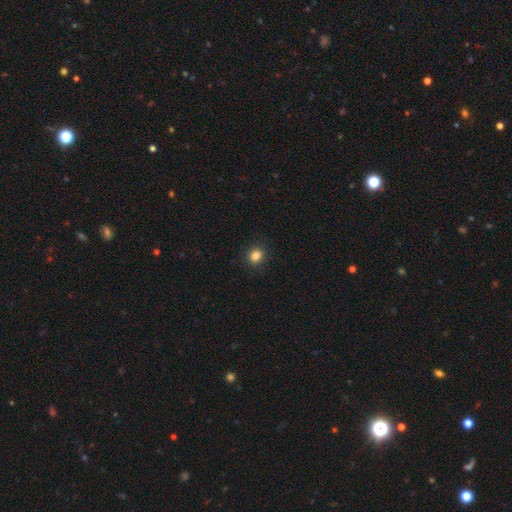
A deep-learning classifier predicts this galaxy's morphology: The model was most divided on "how rounded": round: 79%, in between: 20%, cigar-shaped: 1%. More confident: merging — none (90%); smooth or featured — smooth (84%).